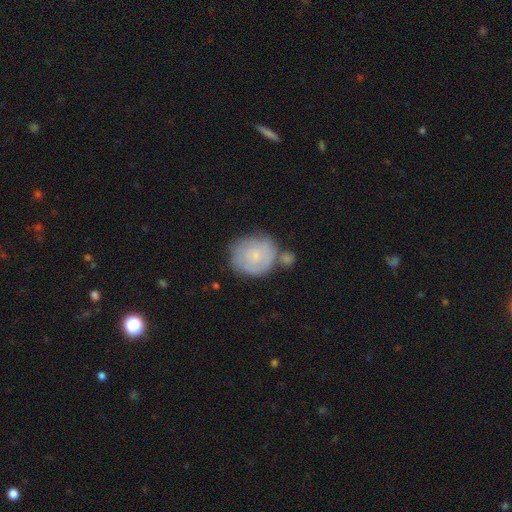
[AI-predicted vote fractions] Smooth or featured?
  - smooth: 50% *
  - featured or disk: 43%
  - star or artifact: 7%
Merging?
  - none: 53% *
  - minor disturbance: 21%
  - merger: 17%
  - major disturbance: 8%